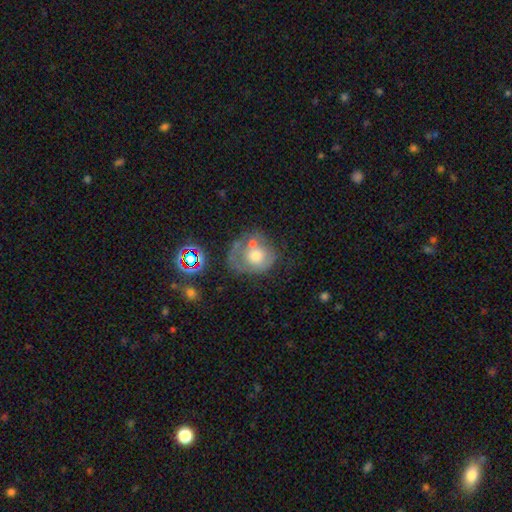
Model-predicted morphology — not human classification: This is possibly a smooth galaxy (47%). Merging: marginally none (34%).